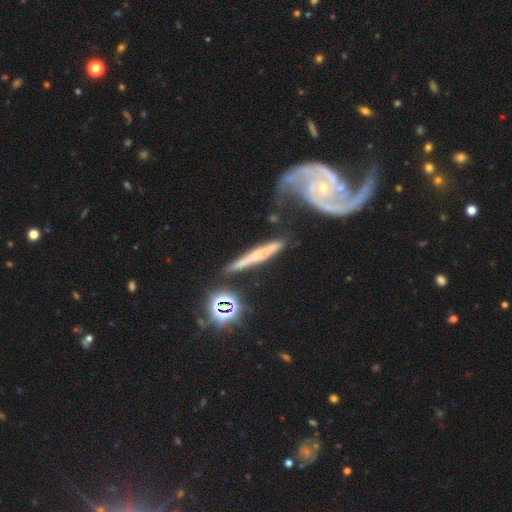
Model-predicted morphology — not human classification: This is likely a featured or disk galaxy (65%). It is likely viewed edge-on (75%). Merging: possibly none (56%).